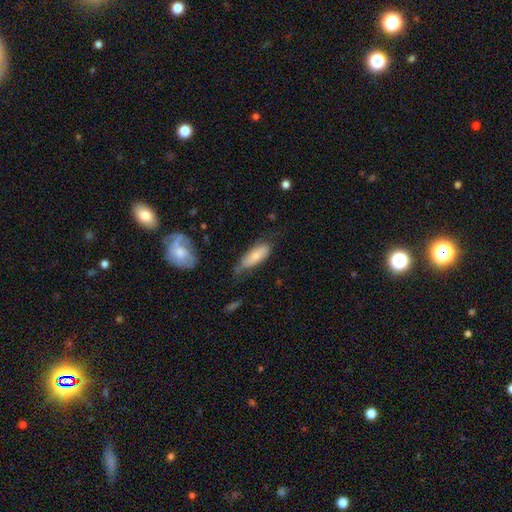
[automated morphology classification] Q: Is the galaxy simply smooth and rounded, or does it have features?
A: smooth — 76%.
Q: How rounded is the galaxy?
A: in between — 71%.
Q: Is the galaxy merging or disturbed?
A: none — 53%.